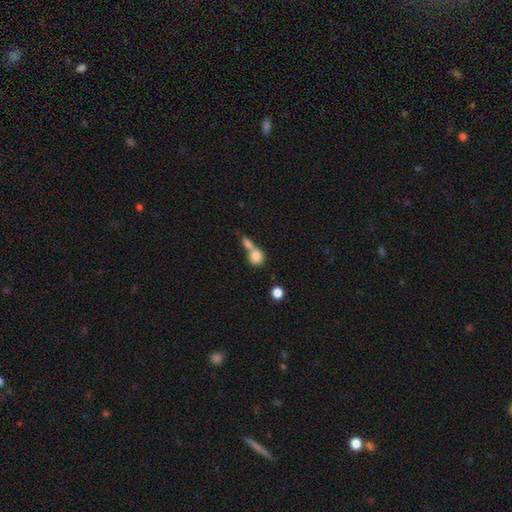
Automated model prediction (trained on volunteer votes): smooth 81%, featured or disk 10%, star or artifact 9%. Down the decision tree: how rounded — round (76%); merging — merger (61%).